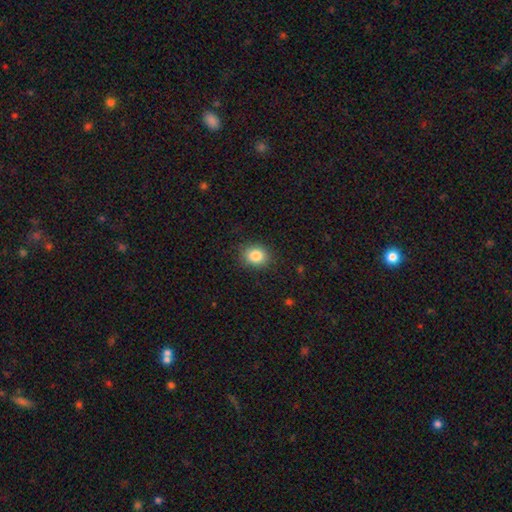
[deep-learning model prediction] Smooth or featured: smooth — 85% (star or artifact — 10%)
How rounded: round — 57% (in between — 42%)
Merging: none — 88% (minor disturbance — 9%)